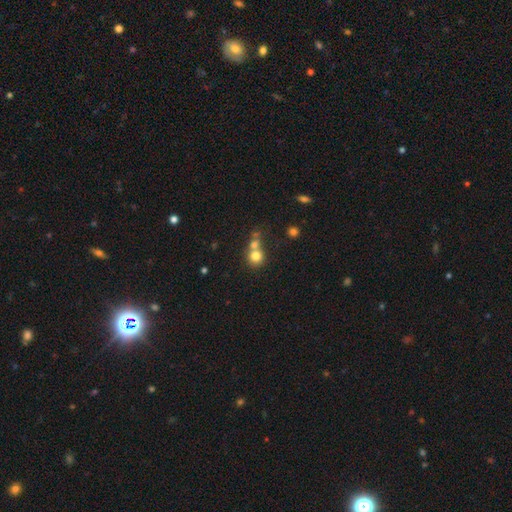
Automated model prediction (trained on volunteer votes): The model was most divided on "merging": merger: 46%, none: 42%, minor disturbance: 8%, major disturbance: 4%. More confident: how rounded — round (86%); smooth or featured — smooth (76%).